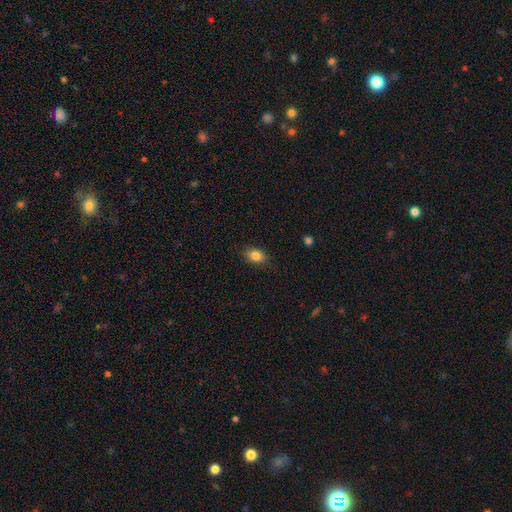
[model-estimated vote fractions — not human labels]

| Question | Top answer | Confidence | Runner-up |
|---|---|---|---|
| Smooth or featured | smooth | 84% | star or artifact (9%) |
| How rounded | in between | 79% | round (19%) |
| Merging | none | 85% | minor disturbance (12%) |